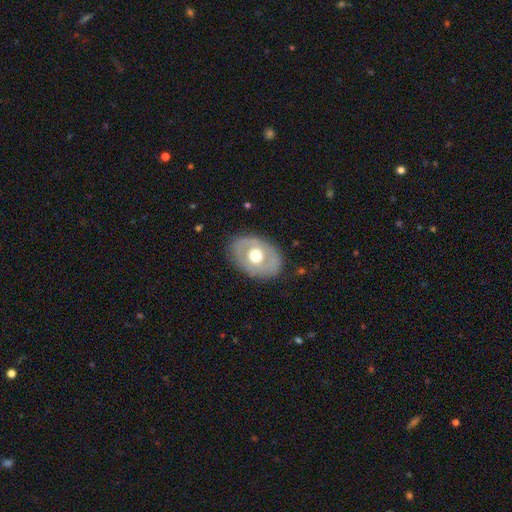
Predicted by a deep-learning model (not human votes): smooth-or-featured: featured or disk: 53% | smooth: 41% | star or artifact: 6%
  disk-edge-on: no: 92% | yes: 8%
  merging: none: 80% | minor disturbance: 13% | major disturbance: 5% | merger: 1%